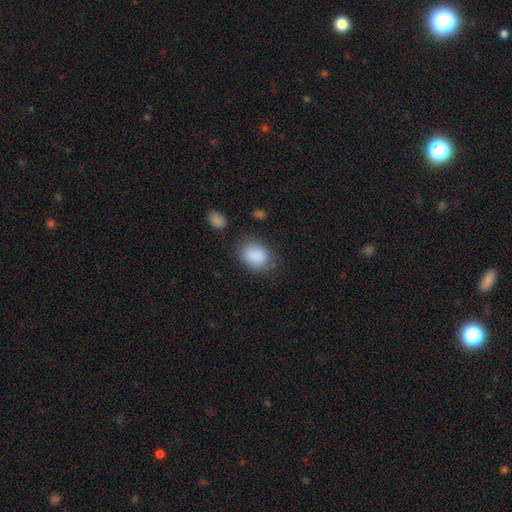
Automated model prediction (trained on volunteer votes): Q: Smooth or featured?
A: smooth (88%); runner-up: star or artifact (8%)
Q: How rounded?
A: in between (62%); runner-up: round (37%)
Q: Merging?
A: none (74%); runner-up: minor disturbance (17%)